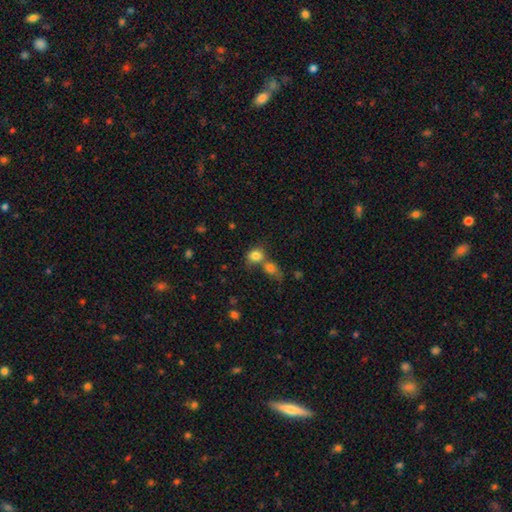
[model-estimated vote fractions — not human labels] smooth-or-featured: smooth: 81% | star or artifact: 11% | featured or disk: 8%
  how-rounded: round: 65% | in between: 34% | cigar-shaped: 1%
  merging: merger: 51% | none: 36% | minor disturbance: 8% | major disturbance: 5%